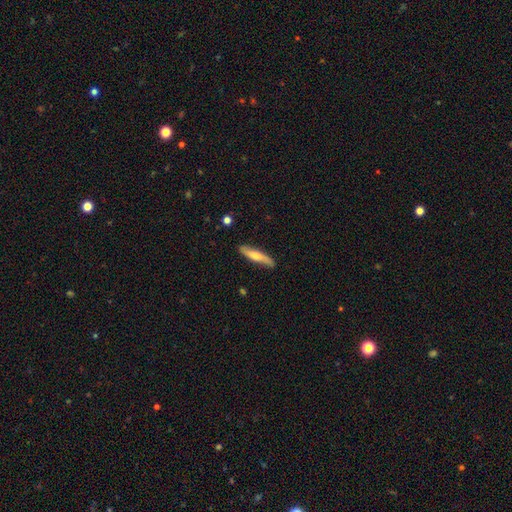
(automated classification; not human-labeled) Smooth or featured? smooth (59%)
How rounded? cigar-shaped (85%)
Merging? none (82%)